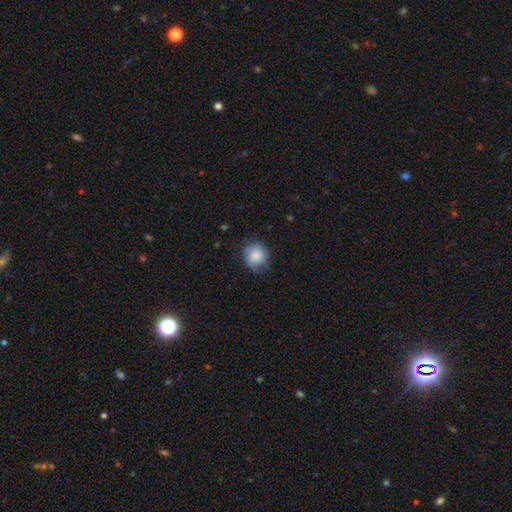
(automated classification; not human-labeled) Overall: smooth (79%). How rounded: round (81%). Merging: none (68%).